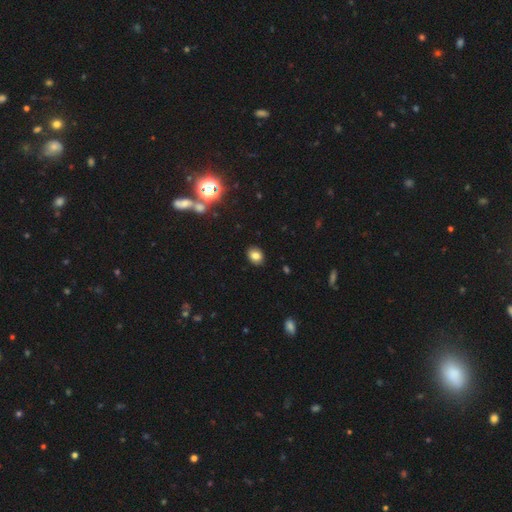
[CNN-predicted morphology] Overall: smooth (81%). How rounded: in between (58%; round 41%). Merging: none (90%).